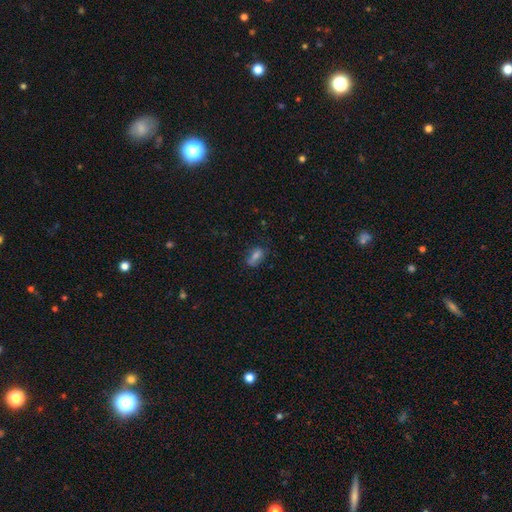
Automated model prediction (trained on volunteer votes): Morphology: type=smooth (63%); roundness=in between (77%); merging=none (64%).